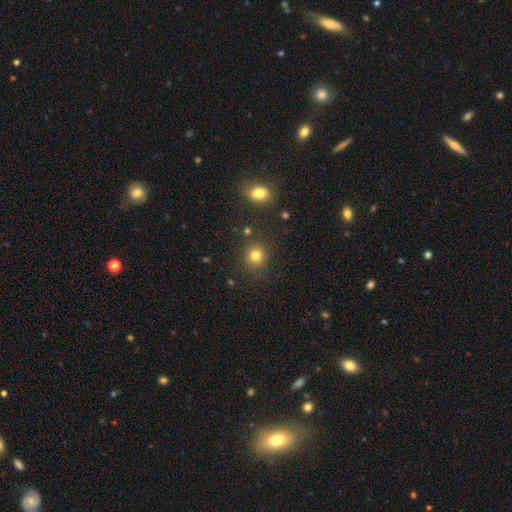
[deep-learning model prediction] Smooth or featured?
  - smooth: 80% *
  - star or artifact: 14%
  - featured or disk: 6%
How rounded?
  - round: 88% *
  - in between: 12%
  - cigar-shaped: 1%
Merging?
  - none: 85% *
  - minor disturbance: 8%
  - merger: 4%
  - major disturbance: 3%